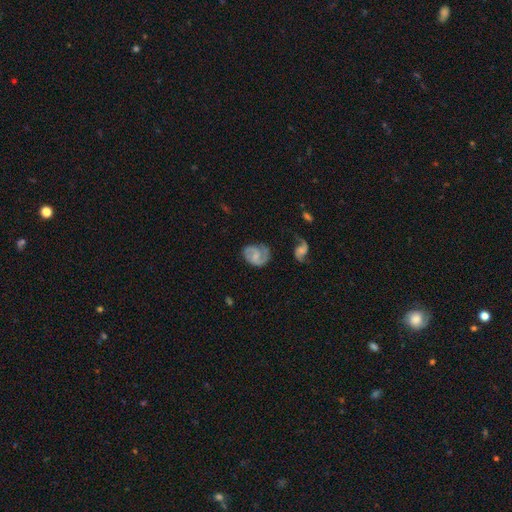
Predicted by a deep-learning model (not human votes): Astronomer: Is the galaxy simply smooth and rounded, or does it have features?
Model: featured or disk — 76%.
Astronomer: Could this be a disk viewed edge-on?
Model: no — 98%.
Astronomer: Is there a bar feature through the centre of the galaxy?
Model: no — 49% (runner-up: weak, 42%).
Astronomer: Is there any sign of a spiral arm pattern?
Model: yes — 95%.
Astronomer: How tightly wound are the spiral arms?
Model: medium — 50% (runner-up: tight, 29%).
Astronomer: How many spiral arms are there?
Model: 2 — 86%.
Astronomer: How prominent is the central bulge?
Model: small — 38% (runner-up: none, 35%).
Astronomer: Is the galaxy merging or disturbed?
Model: none — 67%.